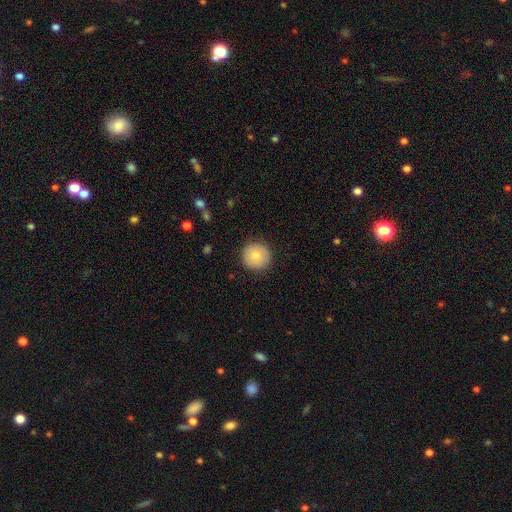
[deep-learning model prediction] smooth 80%, featured or disk 12%, star or artifact 8%. Down the decision tree: how rounded — round (95%); merging — none (90%).